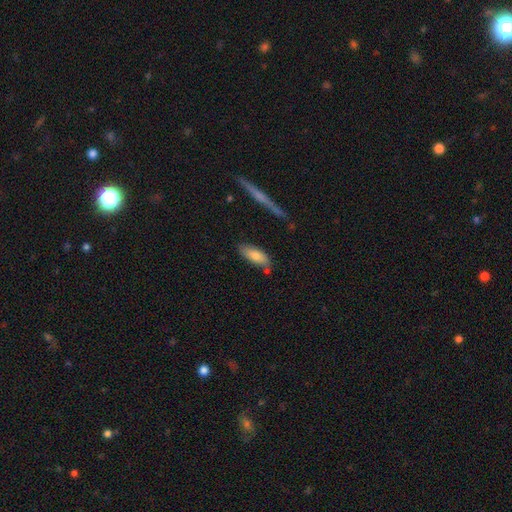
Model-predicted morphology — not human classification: Smooth or featured? smooth (78%)
How rounded? in between (74%)
Merging? none (69%)